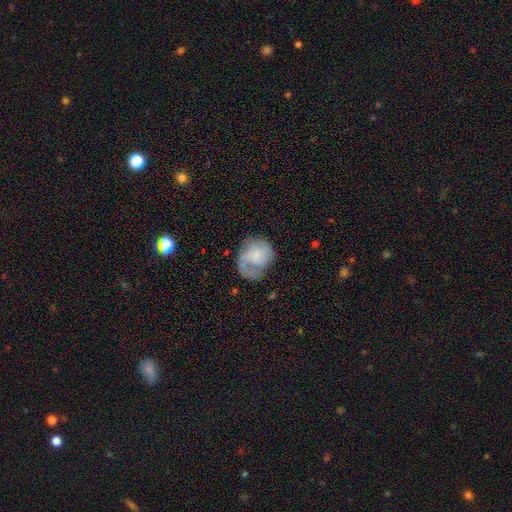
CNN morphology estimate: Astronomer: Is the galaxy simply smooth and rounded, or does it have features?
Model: featured or disk — 53% (runner-up: smooth, 39%).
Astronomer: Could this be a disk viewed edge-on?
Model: no — 98%.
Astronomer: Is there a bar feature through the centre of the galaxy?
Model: no — 68%.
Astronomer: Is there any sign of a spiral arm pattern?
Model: yes — 82%.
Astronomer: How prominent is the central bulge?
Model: small — 52%.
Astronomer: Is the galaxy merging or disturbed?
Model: none — 45% (runner-up: minor disturbance, 26%).